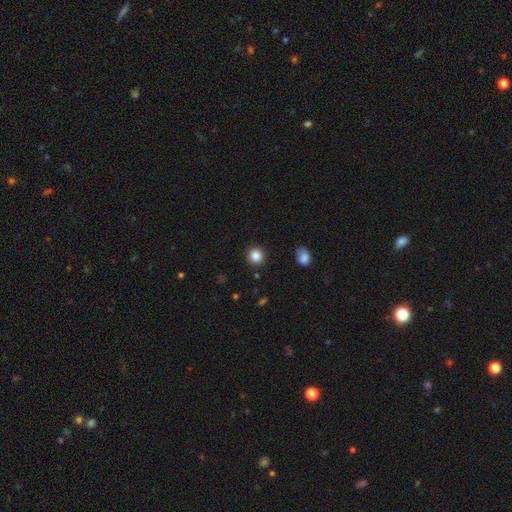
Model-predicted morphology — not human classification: A smooth galaxy with no disk features (86%) that is round (93%). Merging: none (90%).